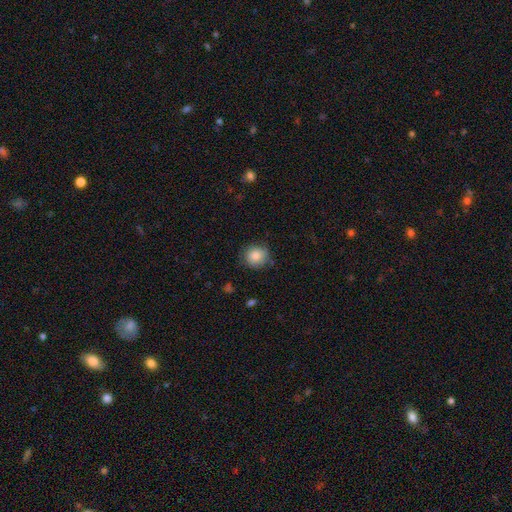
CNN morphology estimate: Overall: smooth (84%). How rounded: round (87%). Merging: none (78%).